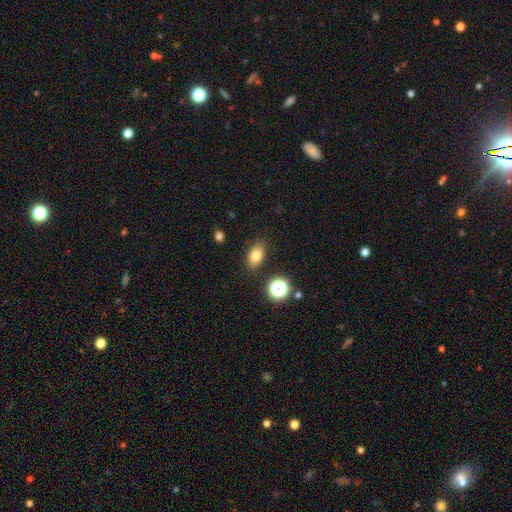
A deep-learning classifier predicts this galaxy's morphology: The model was most divided on "smooth or featured": smooth: 80%, star or artifact: 12%, featured or disk: 8%. More confident: merging — none (85%); how rounded — in between (83%).